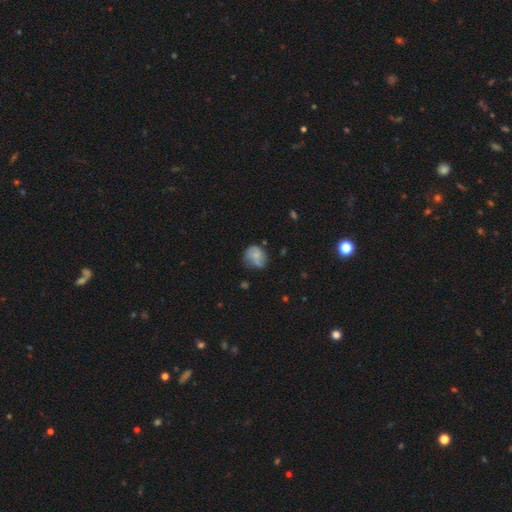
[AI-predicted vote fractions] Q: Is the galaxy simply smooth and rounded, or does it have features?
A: smooth — 58%.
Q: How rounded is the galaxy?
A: round — 65%.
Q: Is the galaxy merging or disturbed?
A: none — 50%.